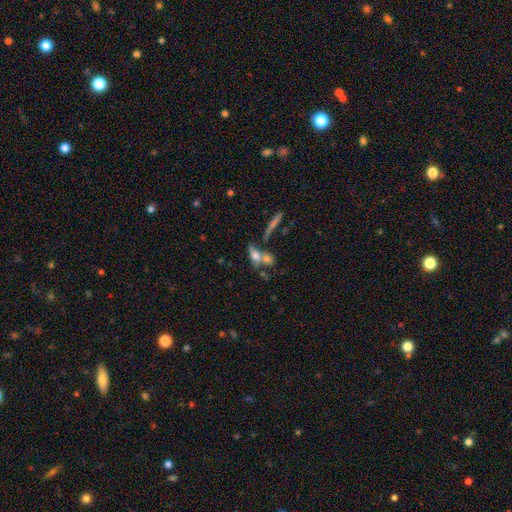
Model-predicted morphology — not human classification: smooth-or-featured: smooth: 59% | featured or disk: 29% | star or artifact: 12%
  how-rounded: in between: 60% | cigar-shaped: 29% | round: 11%
  merging: none: 41% | merger: 39% | minor disturbance: 12% | major disturbance: 8%